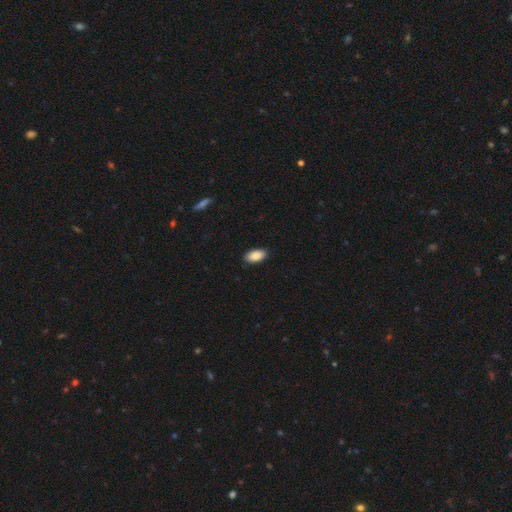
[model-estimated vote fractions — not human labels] Morphology: type=smooth (87%); roundness=in between (94%); merging=none (89%).